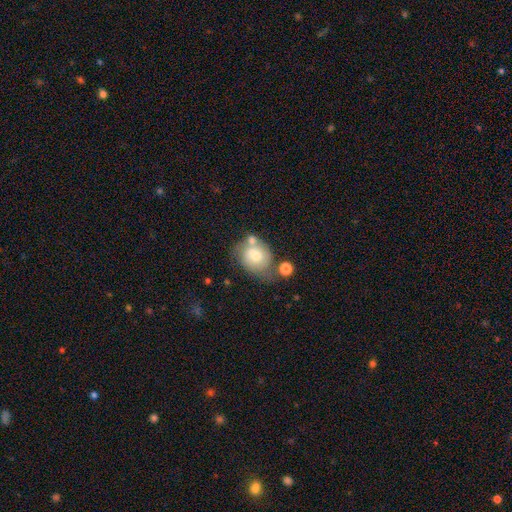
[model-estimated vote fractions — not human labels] The model was most divided on "merging": none: 41%, merger: 24%, minor disturbance: 23%, major disturbance: 11%. More confident: smooth or featured — smooth (65%); how rounded — round (58%).